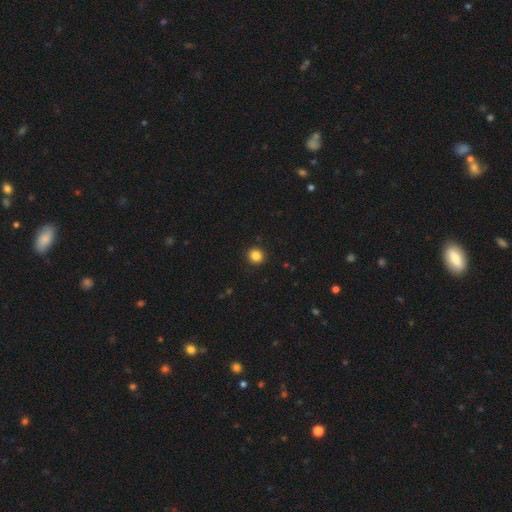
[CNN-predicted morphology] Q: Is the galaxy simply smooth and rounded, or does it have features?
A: smooth — 85%.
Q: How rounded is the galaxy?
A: round — 92%.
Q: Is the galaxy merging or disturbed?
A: none — 93%.